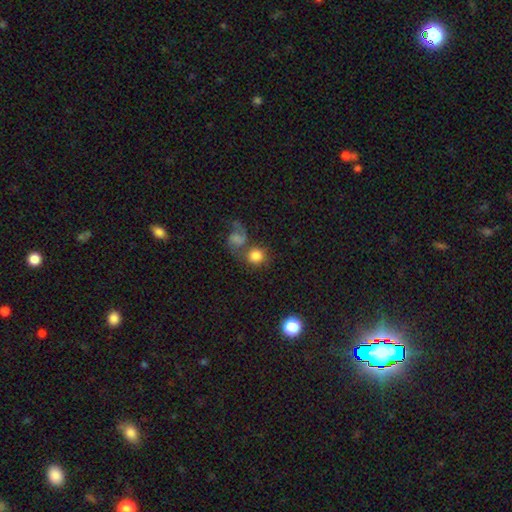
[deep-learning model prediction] A smooth galaxy with no disk features (75%) that is round (87%).

Vote fractions:
- Smooth or featured? smooth: 75% / featured or disk: 15% / star or artifact: 10%
- How rounded? round: 87% / in between: 12% / cigar-shaped: 1%
- Merging? none: 42% / merger: 40% / minor disturbance: 9% / major disturbance: 9%